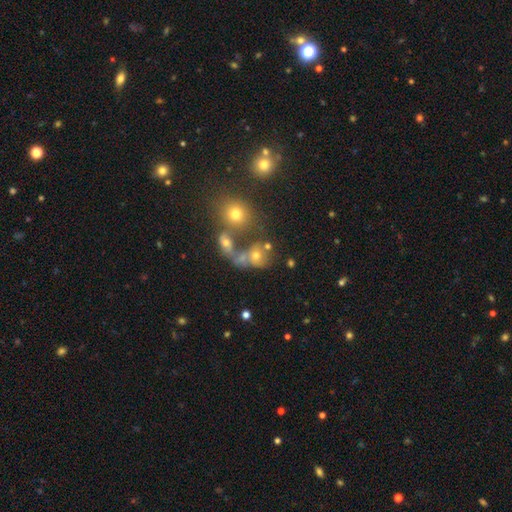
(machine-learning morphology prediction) type=smooth (61%); roundness=round (64%); merging=merger (45%).